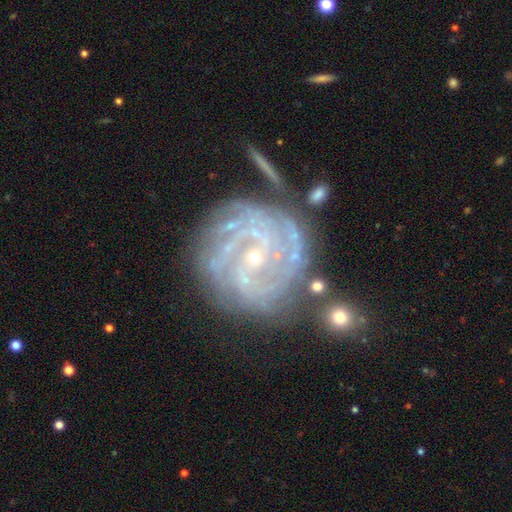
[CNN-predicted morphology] This is clearly a featured or disk galaxy (89%). It is clearly not viewed edge-on (97%). Bar: possibly no (59%). Spiral arm pattern: clearly yes (97%). Spiral arm count: marginally 4 (25%). Spiral winding: likely tight (75%). Central bulge: clearly small (84%). Merging: likely none (66%).